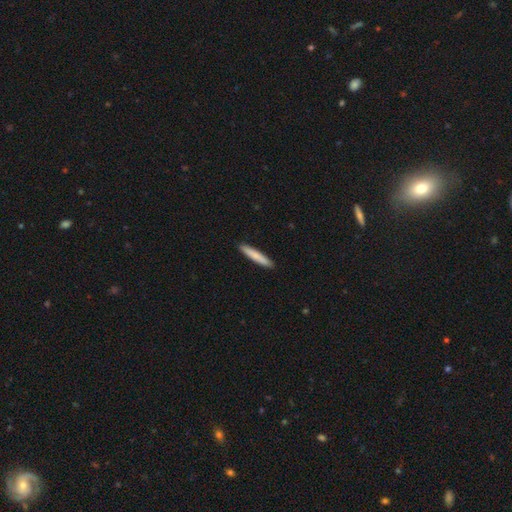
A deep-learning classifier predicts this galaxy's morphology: Overall: smooth (79%). How rounded: cigar-shaped (93%). Merging: none (92%).